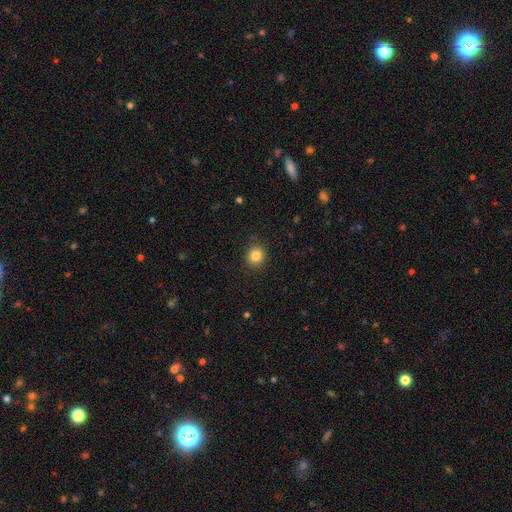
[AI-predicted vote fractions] Smooth or featured? Predicted: smooth (p=0.82). How rounded? Predicted: round (p=0.87). Merging? Predicted: none (p=0.91).